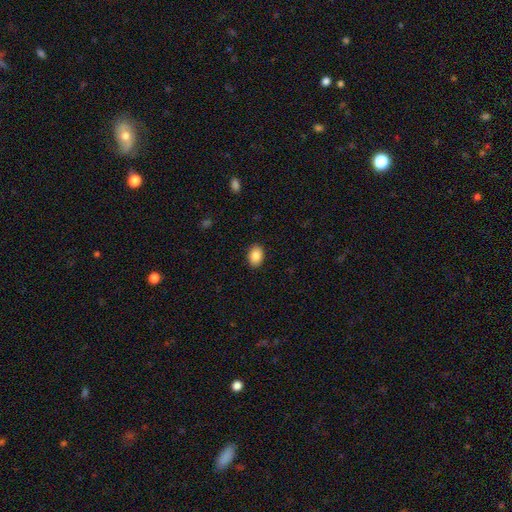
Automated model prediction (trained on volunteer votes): Smooth or featured? Predicted: smooth (p=0.88). How rounded? Predicted: in between (p=0.81). Merging? Predicted: none (p=0.89).